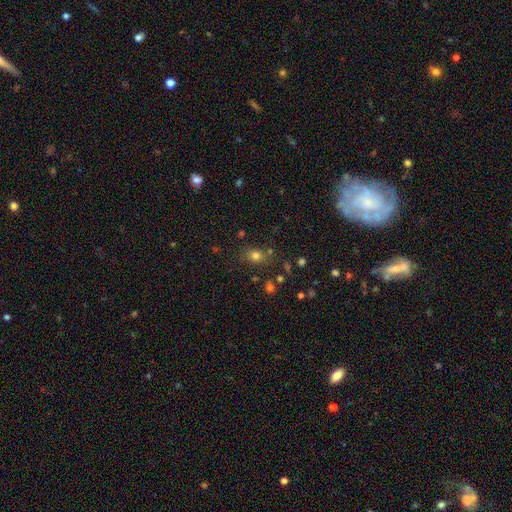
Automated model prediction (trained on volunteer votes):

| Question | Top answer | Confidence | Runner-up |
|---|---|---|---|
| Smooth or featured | smooth | 74% | star or artifact (17%) |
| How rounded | in between | 53% | round (45%) |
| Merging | none | 74% | minor disturbance (14%) |